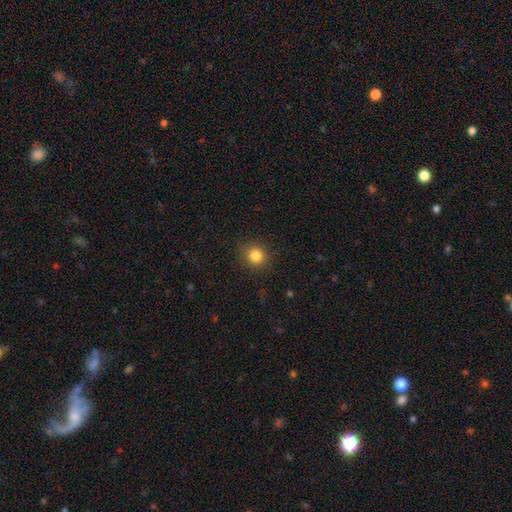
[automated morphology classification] Smooth or featured? Predicted: smooth (p=0.83). How rounded? Predicted: round (p=0.88). Merging? Predicted: none (p=0.86).